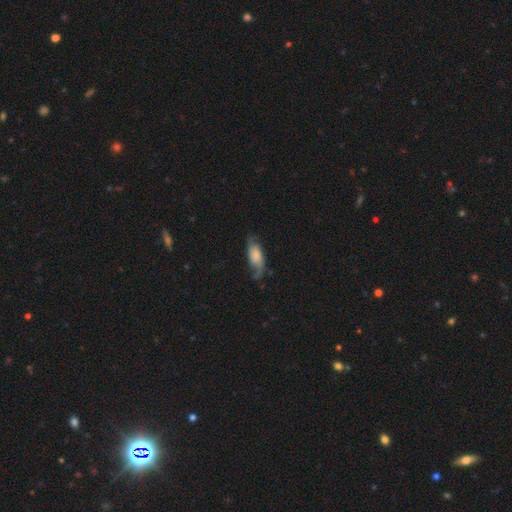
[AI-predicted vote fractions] A smooth galaxy with no disk features (50%). Merging: none (59%).